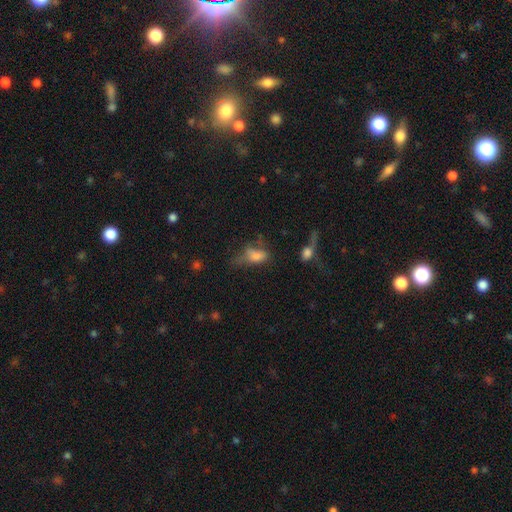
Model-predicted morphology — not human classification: smooth-or-featured: smooth: 64% | featured or disk: 21% | star or artifact: 15%
  how-rounded: in between: 81% | cigar-shaped: 11% | round: 8%
  merging: major disturbance: 37% | none: 29% | minor disturbance: 25% | merger: 9%